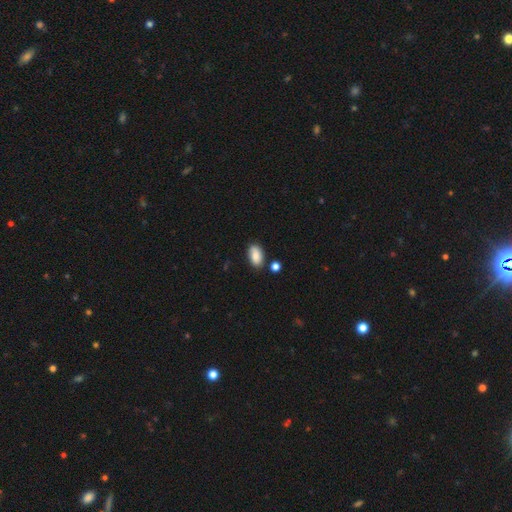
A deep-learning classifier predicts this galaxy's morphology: This appears to be a smooth galaxy with no disk features (85%) that is in between round and cigar-shaped (93%). Merging: none (78%).